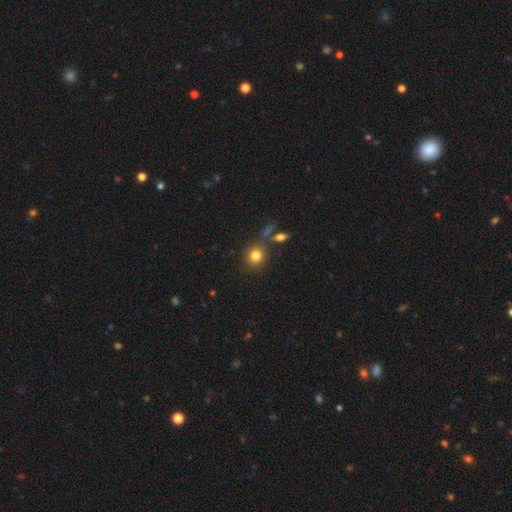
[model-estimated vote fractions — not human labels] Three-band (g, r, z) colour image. It shows a smooth galaxy with no disk features (81%) that is round (81%). Merging: none (76%).